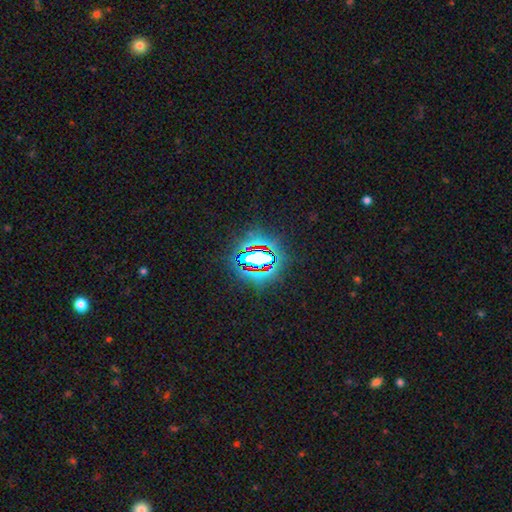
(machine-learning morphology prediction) This appears to be a star or artifact, not a galaxy (68%).